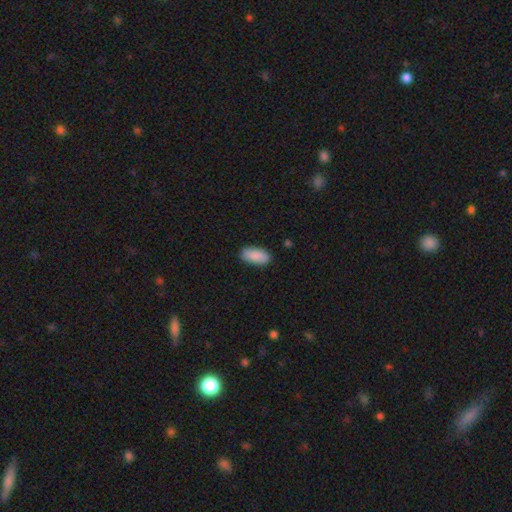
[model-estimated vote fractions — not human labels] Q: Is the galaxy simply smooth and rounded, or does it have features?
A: smooth — 90%.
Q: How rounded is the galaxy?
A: in between — 90%.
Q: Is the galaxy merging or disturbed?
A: none — 87%.